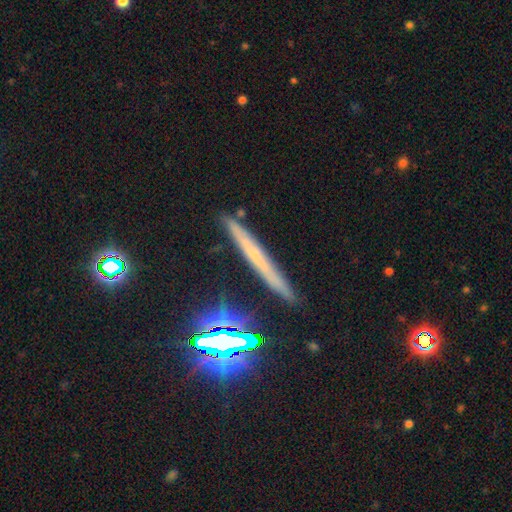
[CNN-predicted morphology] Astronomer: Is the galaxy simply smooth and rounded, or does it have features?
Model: featured or disk — 43% (runner-up: smooth, 38%).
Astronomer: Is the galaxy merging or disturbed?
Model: none — 87%.